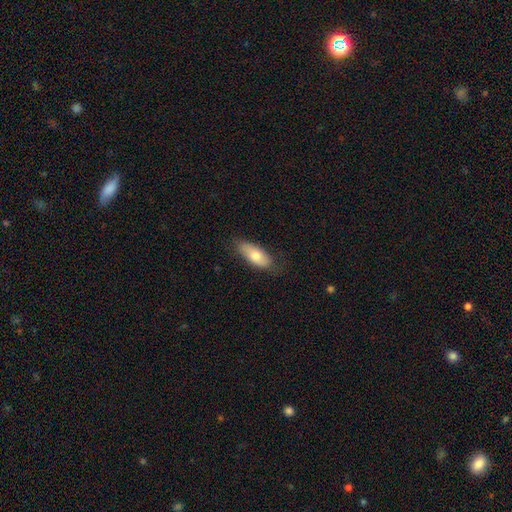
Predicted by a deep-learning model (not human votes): Smooth or featured?
  - smooth: 71% *
  - featured or disk: 23%
  - star or artifact: 6%
How rounded?
  - in between: 82% *
  - cigar-shaped: 15%
  - round: 3%
Merging?
  - none: 74% *
  - minor disturbance: 20%
  - major disturbance: 4%
  - merger: 1%